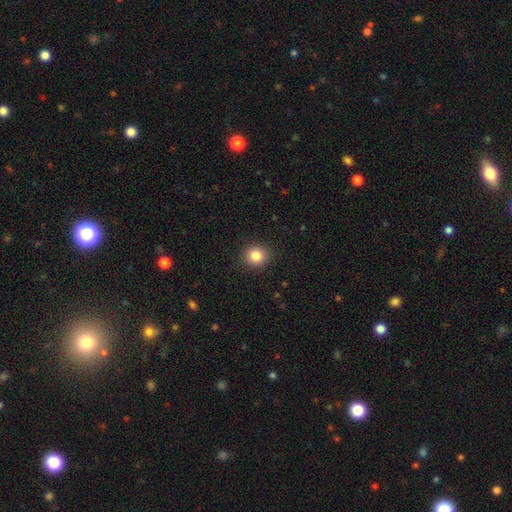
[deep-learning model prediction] Smooth or featured? Predicted: smooth (p=0.85). How rounded? Predicted: round (p=0.86). Merging? Predicted: none (p=0.90).